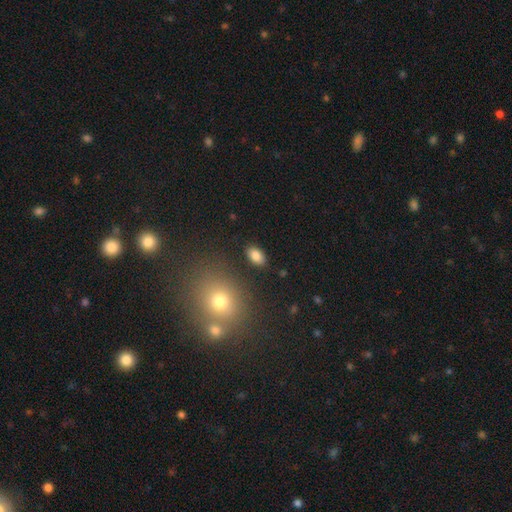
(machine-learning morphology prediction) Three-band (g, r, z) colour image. It shows a smooth galaxy with no disk features (84%) that is in between round and cigar-shaped (90%). Merging: none (87%).